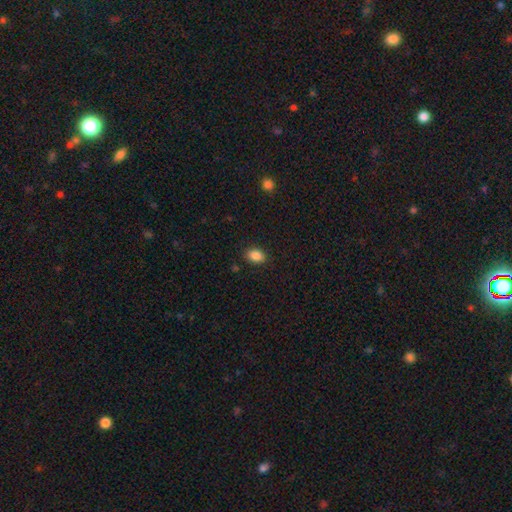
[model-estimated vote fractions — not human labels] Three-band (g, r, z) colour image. It shows a smooth galaxy with no disk features (87%) that is in between round and cigar-shaped (77%). Merging: none (87%).